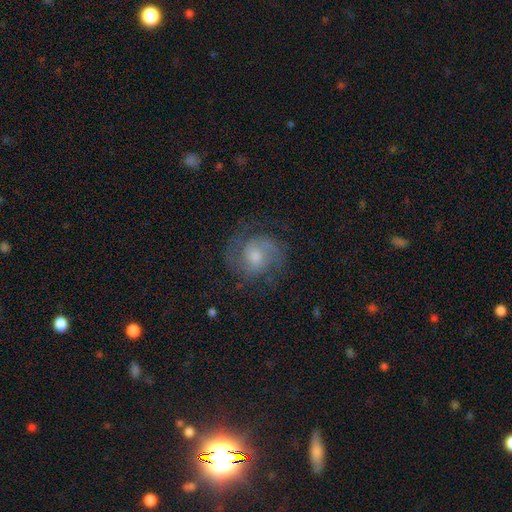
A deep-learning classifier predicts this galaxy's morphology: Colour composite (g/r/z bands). It shows a featured or disk galaxy (74%) with no bar (58%), 2 (73%) medium (50%) spiral arms (93%) and a moderate central bulge (51%). Merging: none (70%).